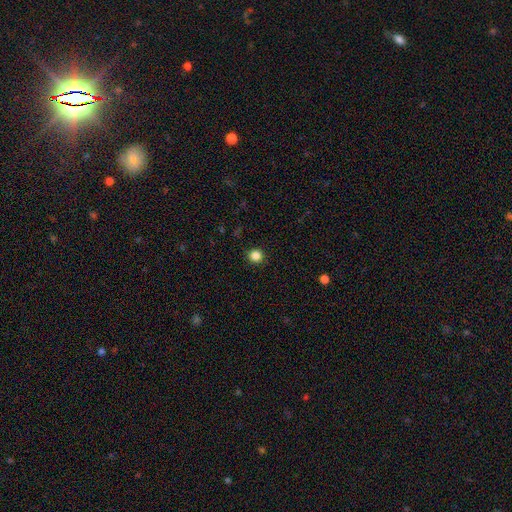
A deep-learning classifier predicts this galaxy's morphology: type=smooth (85%); roundness=round (93%); merging=none (91%).